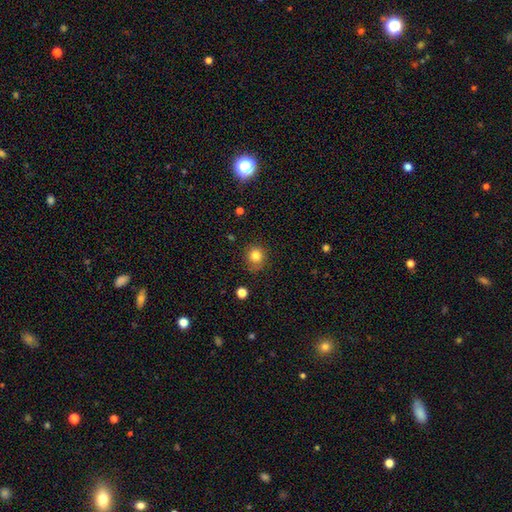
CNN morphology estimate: smooth_or_featured: smooth (p=0.82) [alt: star or artifact p=0.12]
how_rounded: round (p=0.88) [alt: in between p=0.11]
merging: none (p=0.82) [alt: minor disturbance p=0.13]